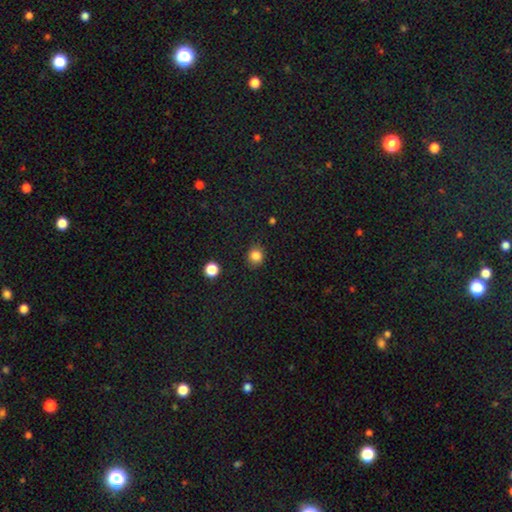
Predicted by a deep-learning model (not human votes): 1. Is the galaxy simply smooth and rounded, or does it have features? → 84% smooth, 12% star or artifact, 4% featured or disk.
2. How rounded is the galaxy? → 83% round, 16% in between, 1% cigar-shaped.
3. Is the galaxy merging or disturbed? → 85% none, 11% minor disturbance, 3% major disturbance, 1% merger.